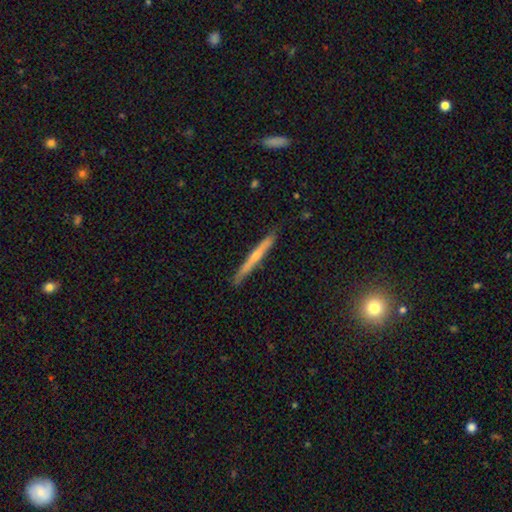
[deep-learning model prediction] featured or disk 54%, smooth 39%, star or artifact 6%. Down the decision tree: edge-on disk — yes (97%); edge-on bulge — rounded (52%); merging — none (87%).